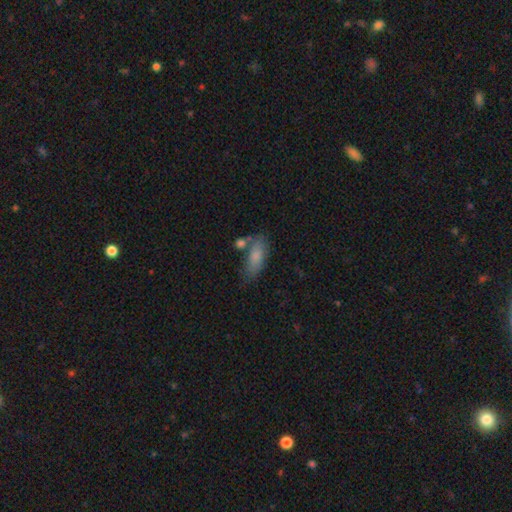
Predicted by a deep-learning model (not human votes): A smooth galaxy with no disk features (79%) that is in between round and cigar-shaped (77%). Merging: none (60%).